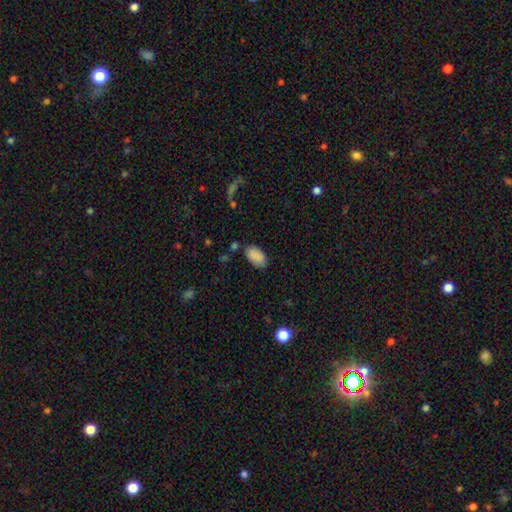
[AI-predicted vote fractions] Smooth or featured: smooth — 89% (star or artifact — 7%)
How rounded: in between — 94% (round — 4%)
Merging: none — 78% (minor disturbance — 15%)